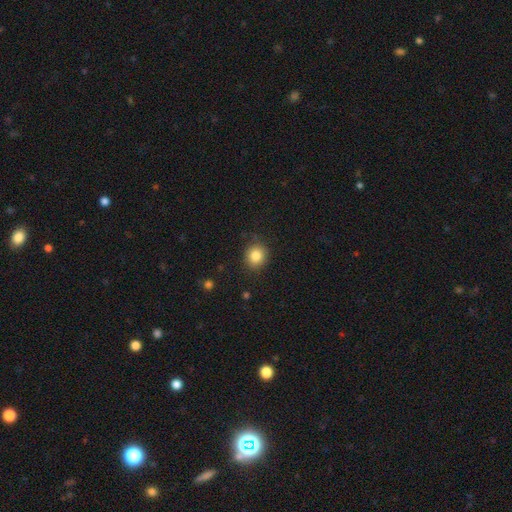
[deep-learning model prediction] The model was most divided on "how rounded": round: 82%, in between: 17%, cigar-shaped: 1%. More confident: merging — none (86%); smooth or featured — smooth (84%).